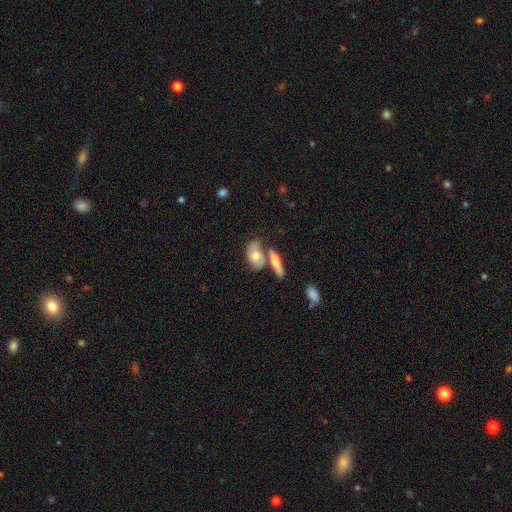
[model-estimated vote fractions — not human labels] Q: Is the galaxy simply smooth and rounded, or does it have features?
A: smooth — 67%.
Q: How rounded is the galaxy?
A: in between — 83%.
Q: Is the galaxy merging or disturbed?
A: none — 42%.